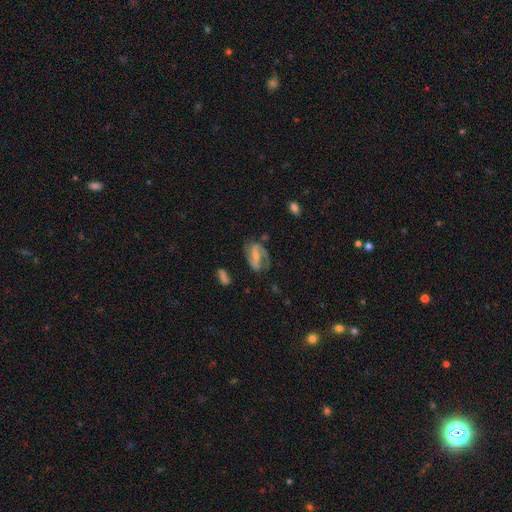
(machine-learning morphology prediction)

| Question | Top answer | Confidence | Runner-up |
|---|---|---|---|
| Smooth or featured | featured or disk | 76% | smooth (17%) |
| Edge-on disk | no | 95% | yes (5%) |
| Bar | strong | 54% | weak (30%) |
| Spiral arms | yes | 87% | no (13%) |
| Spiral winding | medium | 46% | loose (30%) |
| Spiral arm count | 2 | 81% | 1 (8%) |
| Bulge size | small | 51% | moderate (37%) |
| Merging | none | 61% | minor disturbance (21%) |